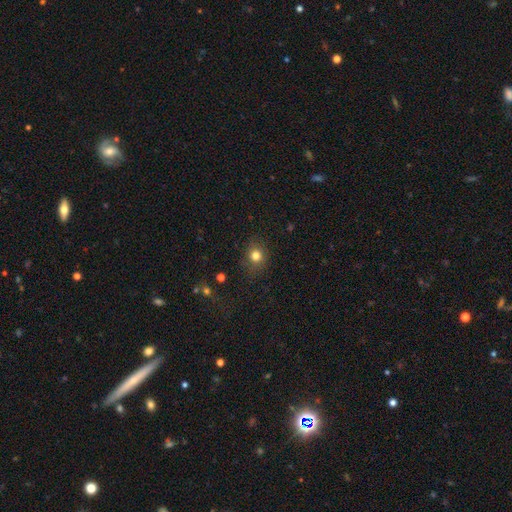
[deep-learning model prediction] smooth-or-featured: smooth: 79% | star or artifact: 14% | featured or disk: 7%
  how-rounded: round: 76% | in between: 23% | cigar-shaped: 1%
  merging: none: 81% | minor disturbance: 13% | major disturbance: 5% | merger: 1%